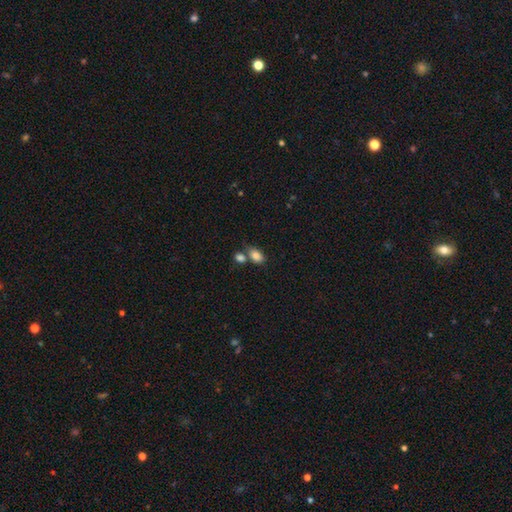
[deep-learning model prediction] Smooth or featured? Predicted: smooth (p=0.84). How rounded? Predicted: in between (p=0.87). Merging? Predicted: none (p=0.50).